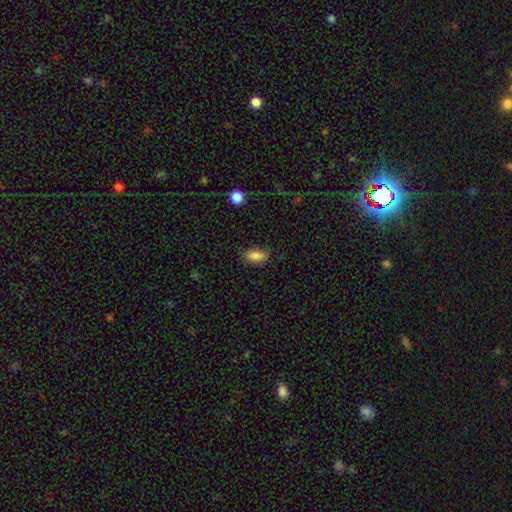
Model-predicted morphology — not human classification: A smooth galaxy with no disk features (86%) that is in between round and cigar-shaped (87%).

Vote fractions:
- Smooth or featured? smooth: 86% / star or artifact: 9% / featured or disk: 5%
- How rounded? in between: 87% / cigar-shaped: 9% / round: 4%
- Merging? none: 83% / minor disturbance: 13% / major disturbance: 3% / merger: 1%